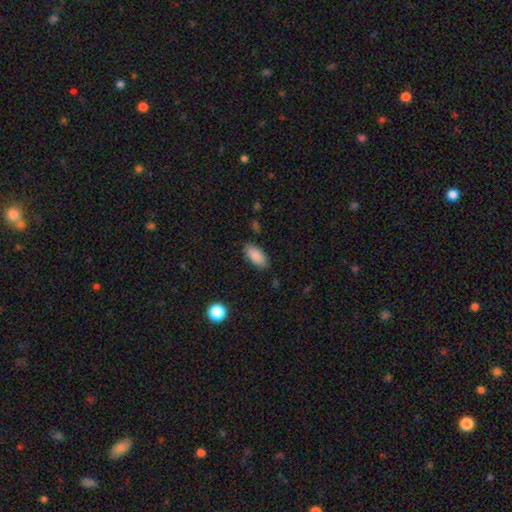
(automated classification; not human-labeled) Smooth or featured: smooth — 89% (star or artifact — 7%)
How rounded: in between — 90% (cigar-shaped — 8%)
Merging: none — 85% (minor disturbance — 11%)